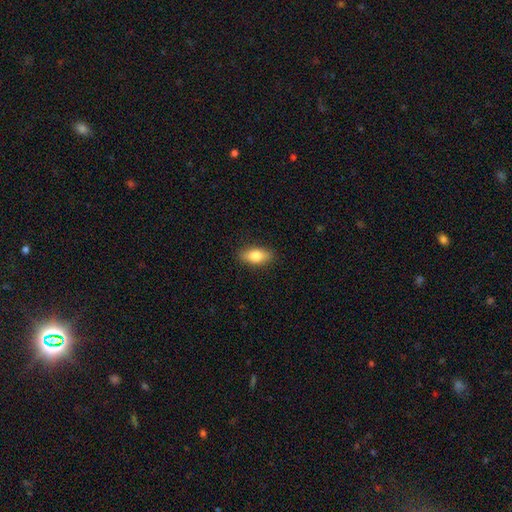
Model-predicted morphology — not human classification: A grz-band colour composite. It shows a smooth galaxy with no disk features (82%) that is in between round and cigar-shaped (85%). Merging: none (87%).